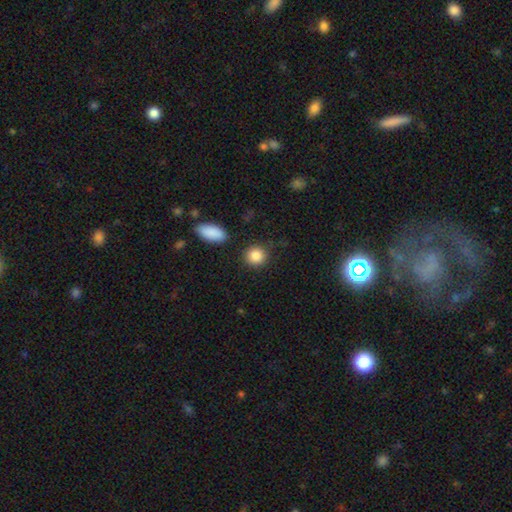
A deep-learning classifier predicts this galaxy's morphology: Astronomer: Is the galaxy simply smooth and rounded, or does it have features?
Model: smooth — 87%.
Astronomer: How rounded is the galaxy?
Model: round — 86%.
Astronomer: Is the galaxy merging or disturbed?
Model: none — 86%.